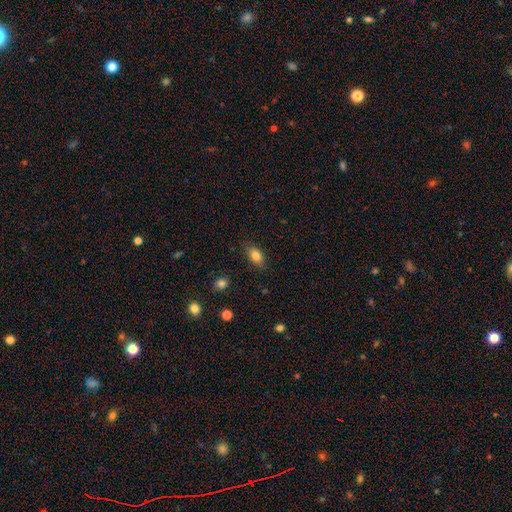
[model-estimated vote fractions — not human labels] Smooth or featured?
  - smooth: 83% *
  - featured or disk: 9%
  - star or artifact: 9%
How rounded?
  - in between: 87% *
  - round: 9%
  - cigar-shaped: 4%
Merging?
  - none: 83% *
  - minor disturbance: 13%
  - major disturbance: 3%
  - merger: 1%